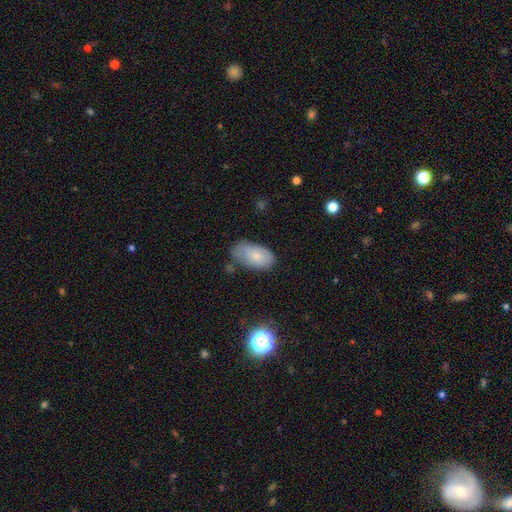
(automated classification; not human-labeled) smooth 75%, featured or disk 17%, star or artifact 8%. Down the decision tree: how rounded — in between (94%); merging — none (58%).